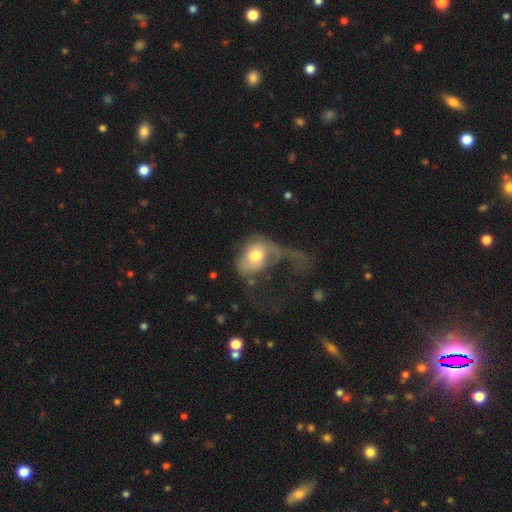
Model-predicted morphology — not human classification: type=smooth (54%); roundness=in between (59%); merging=major disturbance (67%).